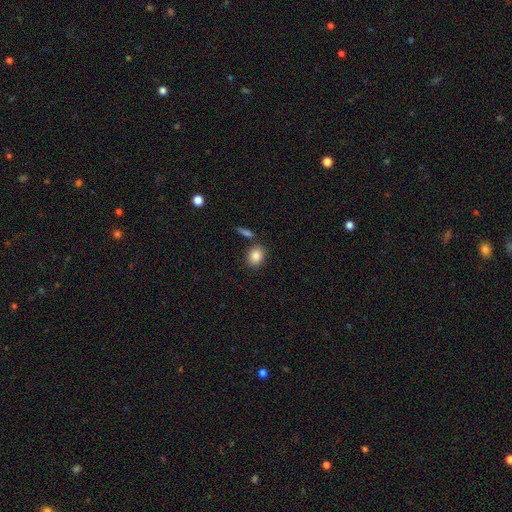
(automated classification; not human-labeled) Smooth or featured? smooth (86%)
How rounded? in between (51%)
Merging? none (79%)